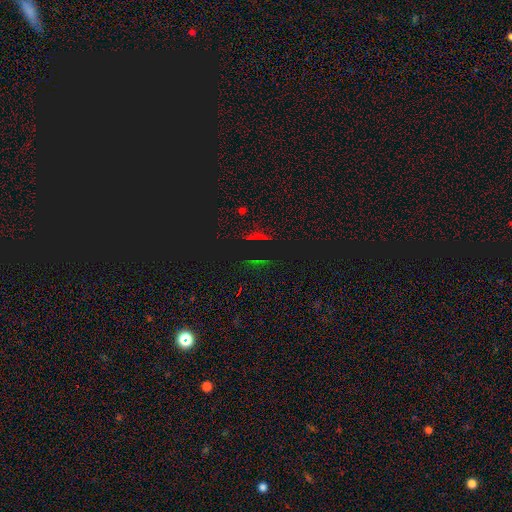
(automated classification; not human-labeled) Smooth or featured: star or artifact — 70% (featured or disk — 16%)